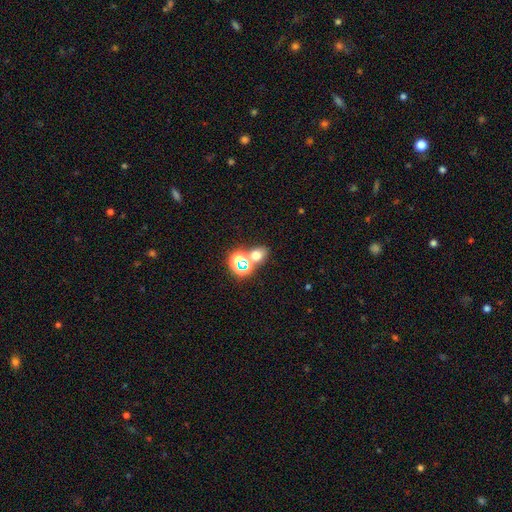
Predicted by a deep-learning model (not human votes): smooth-or-featured: smooth: 60% | star or artifact: 30% | featured or disk: 11%
  how-rounded: round: 50% | in between: 48% | cigar-shaped: 1%
  merging: none: 57% | merger: 30% | minor disturbance: 9% | major disturbance: 5%